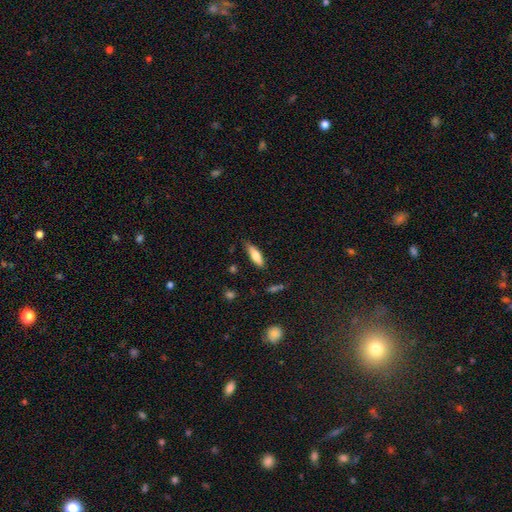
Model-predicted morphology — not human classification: smooth_or_featured: smooth (p=0.72) [alt: featured or disk p=0.21]
how_rounded: cigar-shaped (p=0.52) [alt: in between p=0.46]
merging: none (p=0.74) [alt: minor disturbance p=0.20]